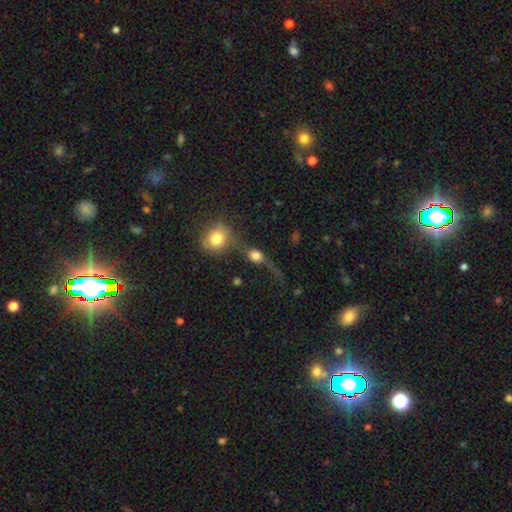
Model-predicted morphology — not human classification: smooth-or-featured: smooth: 66% | featured or disk: 19% | star or artifact: 15%
  how-rounded: round: 61% | in between: 33% | cigar-shaped: 6%
  merging: none: 33% | merger: 31% | major disturbance: 22% | minor disturbance: 14%